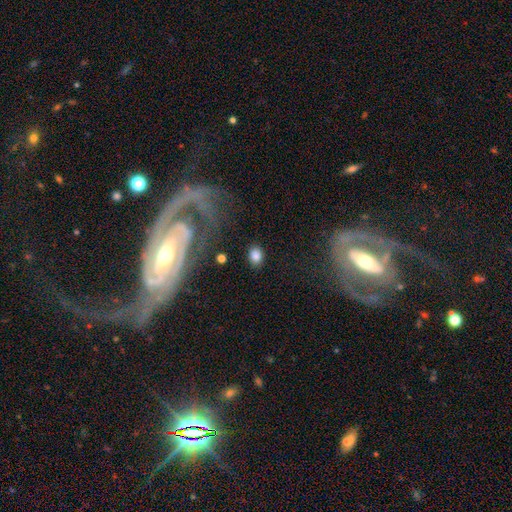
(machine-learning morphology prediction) smooth 83%, star or artifact 11%, featured or disk 6%. Down the decision tree: how rounded — in between (58%); merging — none (84%).